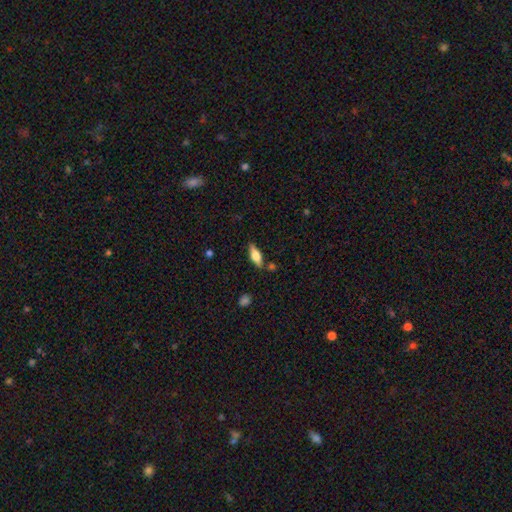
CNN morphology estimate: smooth 55%, featured or disk 39%, star or artifact 7%. Down the decision tree: how rounded — in between (63%); merging — none (79%).